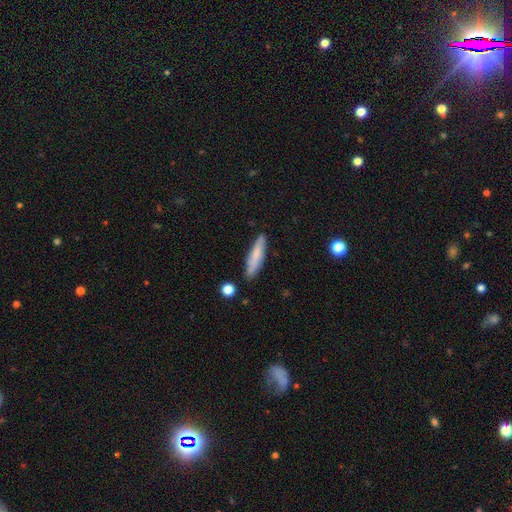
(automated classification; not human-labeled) A smooth galaxy with no disk features (69%) that is cigar-shaped (80%). Merging: none (81%).